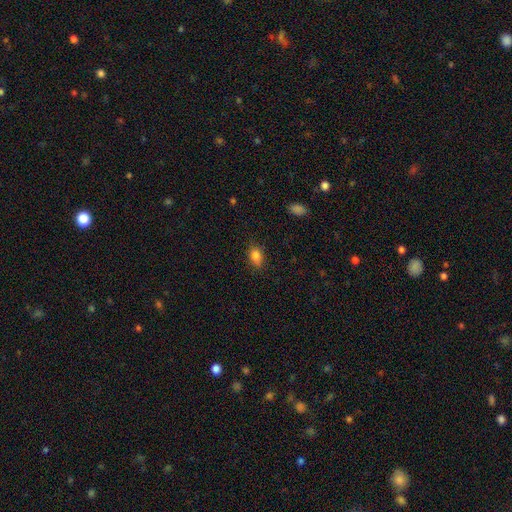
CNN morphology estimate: Overall: smooth (83%). How rounded: in between (76%). Merging: none (81%).